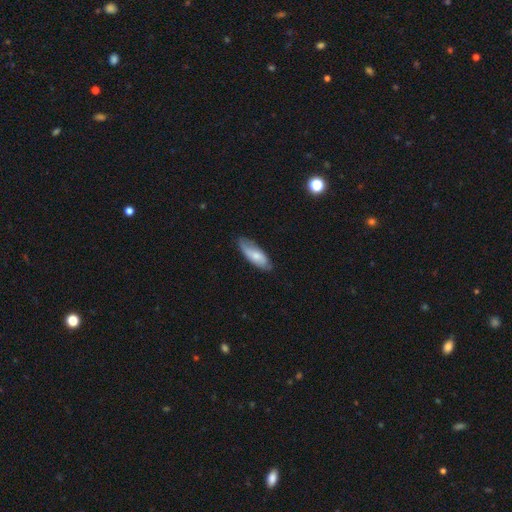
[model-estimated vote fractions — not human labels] Smooth or featured? Predicted: smooth (p=0.67). How rounded? Predicted: in between (p=0.73). Merging? Predicted: none (p=0.70).